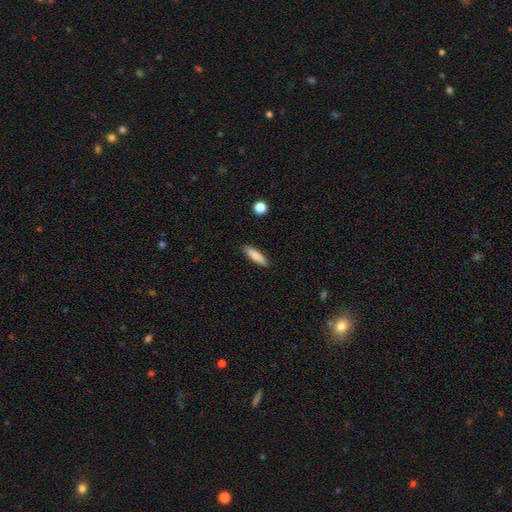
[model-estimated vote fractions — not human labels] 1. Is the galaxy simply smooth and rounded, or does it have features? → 80% smooth, 14% featured or disk, 7% star or artifact.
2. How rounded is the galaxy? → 68% cigar-shaped, 30% in between, 2% round.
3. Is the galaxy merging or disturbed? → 88% none, 9% minor disturbance, 2% major disturbance, 1% merger.